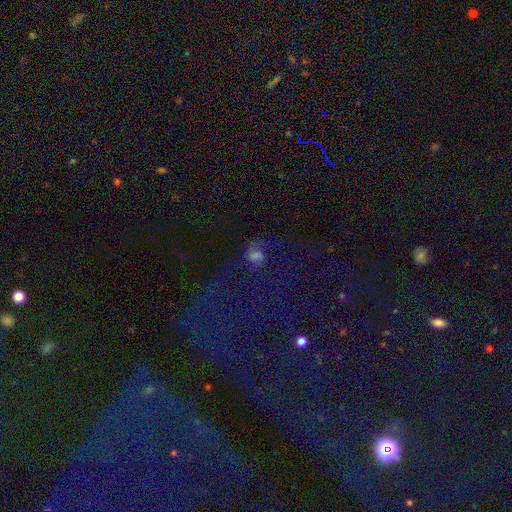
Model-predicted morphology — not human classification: The model was most divided on "smooth or featured": smooth: 36%, star or artifact: 35%, featured or disk: 29%. Remaining: merging — none (45%).